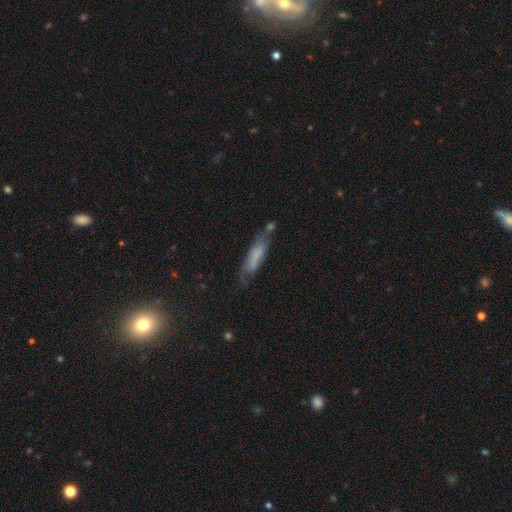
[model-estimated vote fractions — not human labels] Smooth or featured?
  - smooth: 61% *
  - featured or disk: 30%
  - star or artifact: 9%
How rounded?
  - cigar-shaped: 76% *
  - in between: 23%
  - round: 2%
Merging?
  - none: 54% *
  - minor disturbance: 27%
  - major disturbance: 12%
  - merger: 7%